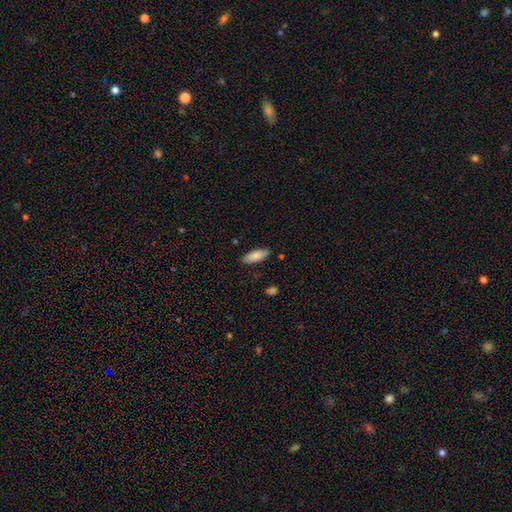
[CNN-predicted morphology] This is clearly a smooth galaxy (86%). How rounded: likely in between (71%). Merging: clearly none (86%).